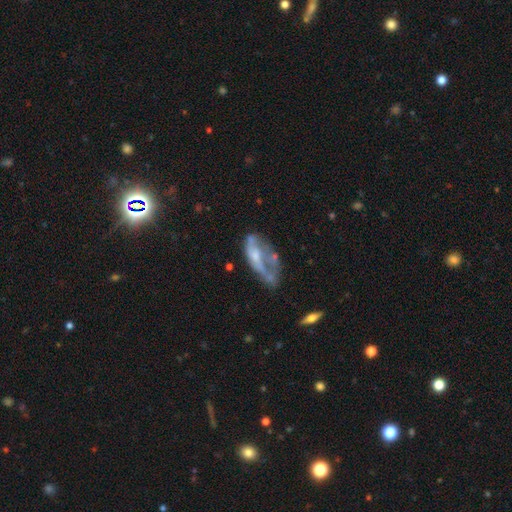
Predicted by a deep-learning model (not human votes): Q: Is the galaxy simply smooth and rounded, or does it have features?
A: featured or disk — 55%.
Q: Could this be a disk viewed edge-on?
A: no — 88%.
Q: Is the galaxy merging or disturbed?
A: major disturbance — 35%.